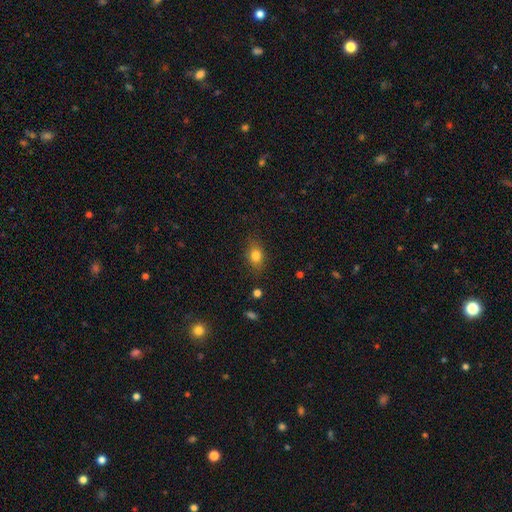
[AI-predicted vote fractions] Overall: smooth (79%). How rounded: in between (72%). Merging: none (80%).